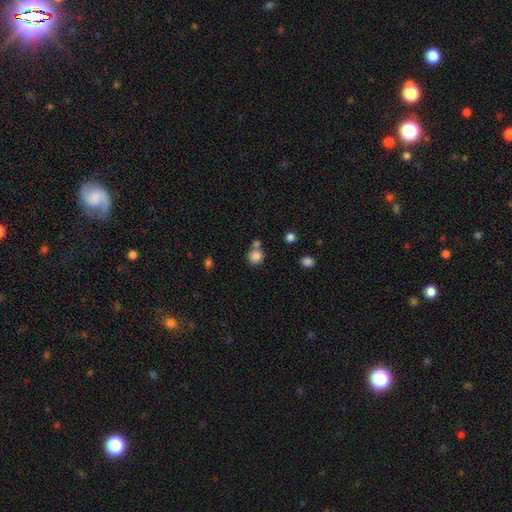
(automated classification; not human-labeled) A smooth galaxy with no disk features (84%) that is round (85%).

Vote fractions:
- Smooth or featured? smooth: 84% / star or artifact: 11% / featured or disk: 5%
- How rounded? round: 85% / in between: 14% / cigar-shaped: 1%
- Merging? none: 58% / merger: 27% / minor disturbance: 11% / major disturbance: 4%